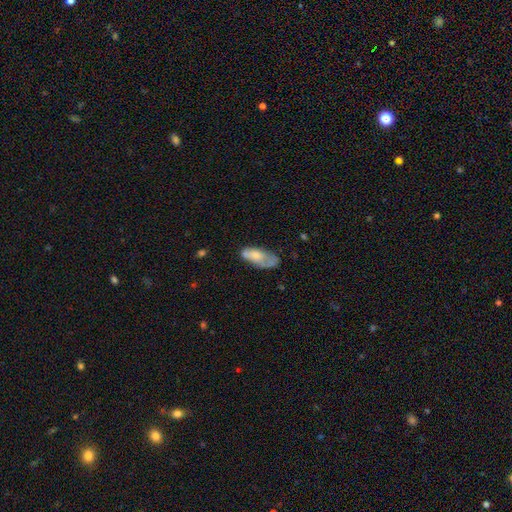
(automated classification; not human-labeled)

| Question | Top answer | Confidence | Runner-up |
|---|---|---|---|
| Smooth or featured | smooth | 62% | featured or disk (31%) |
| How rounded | in between | 79% | cigar-shaped (19%) |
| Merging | none | 40% | minor disturbance (33%) |